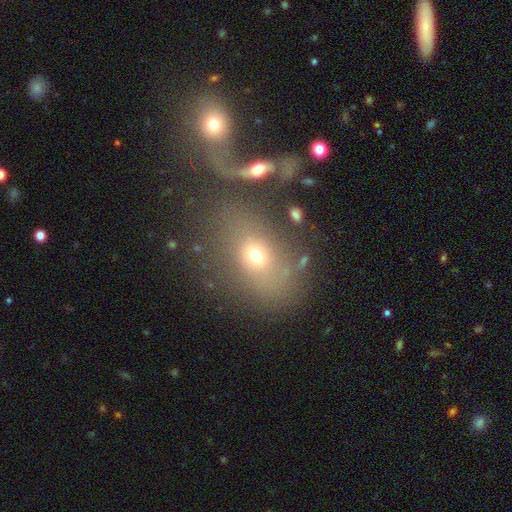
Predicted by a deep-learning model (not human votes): Q: Smooth or featured?
A: smooth (59%); runner-up: featured or disk (26%)
Q: How rounded?
A: in between (68%); runner-up: round (30%)
Q: Merging?
A: none (53%); runner-up: merger (20%)